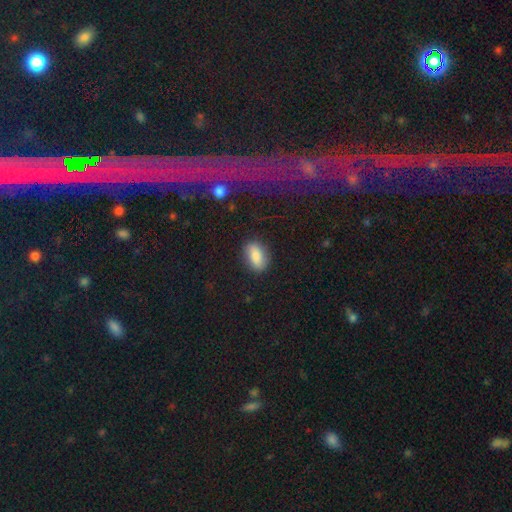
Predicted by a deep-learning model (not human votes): This appears to be a smooth galaxy with no disk features (82%) that is in between round and cigar-shaped (86%). Merging: none (82%).